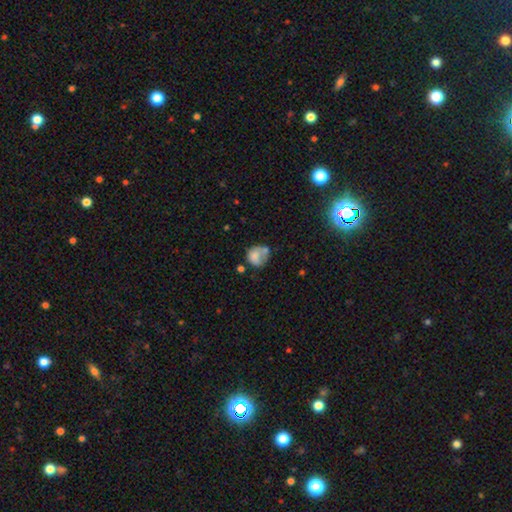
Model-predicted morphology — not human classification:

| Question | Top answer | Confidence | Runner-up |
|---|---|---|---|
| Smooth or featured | smooth | 72% | featured or disk (19%) |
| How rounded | round | 71% | in between (28%) |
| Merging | none | 37% | minor disturbance (25%) |